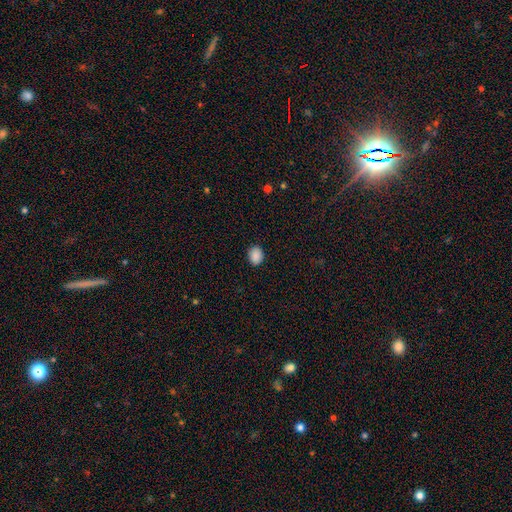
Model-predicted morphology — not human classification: Smooth or featured? Predicted: smooth (p=0.89). How rounded? Predicted: in between (p=0.59). Merging? Predicted: none (p=0.89).